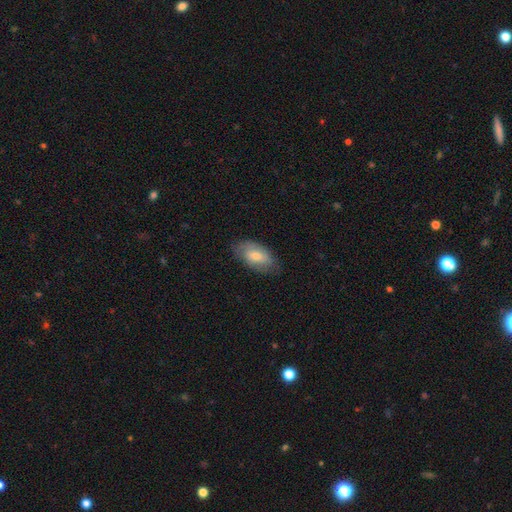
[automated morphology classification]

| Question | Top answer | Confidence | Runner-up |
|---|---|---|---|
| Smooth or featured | smooth | 61% | featured or disk (32%) |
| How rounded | in between | 92% | round (5%) |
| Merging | none | 76% | minor disturbance (18%) |